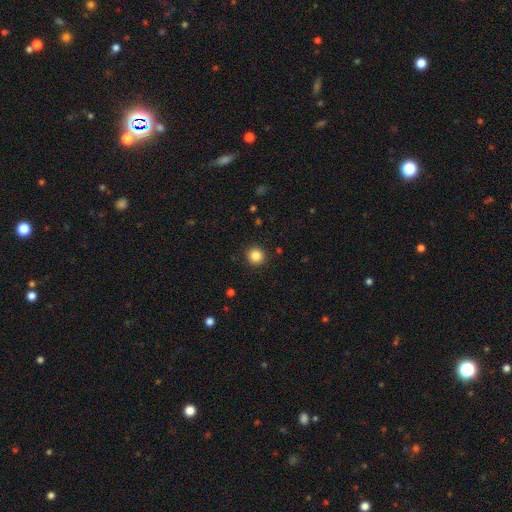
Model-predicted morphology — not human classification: Smooth or featured?
  - smooth: 85% *
  - star or artifact: 11%
  - featured or disk: 4%
How rounded?
  - round: 94% *
  - in between: 5%
  - cigar-shaped: 1%
Merging?
  - none: 92% *
  - minor disturbance: 5%
  - major disturbance: 2%
  - merger: 1%